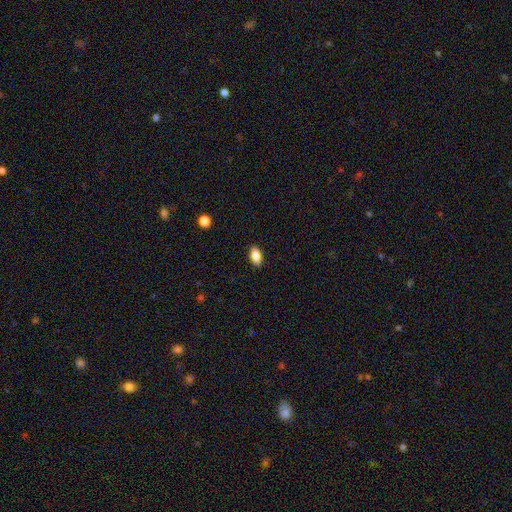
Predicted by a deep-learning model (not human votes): Smooth or featured? smooth (84%)
How rounded? in between (90%)
Merging? none (89%)